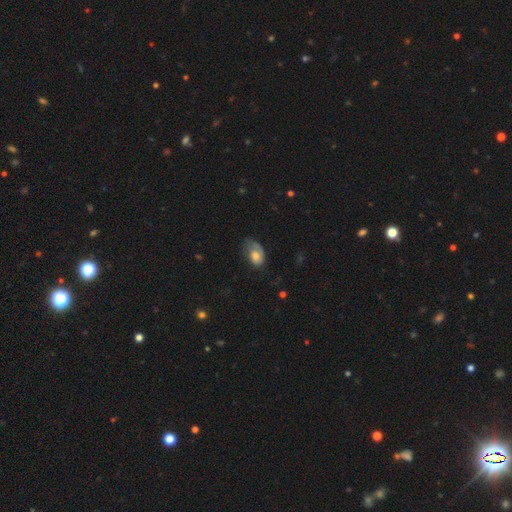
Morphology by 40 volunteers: Smooth or featured? 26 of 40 (65%) said smooth. How rounded? 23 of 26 (88%) said in between. Merging? 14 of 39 (36%, tied with minor disturbance) said none.